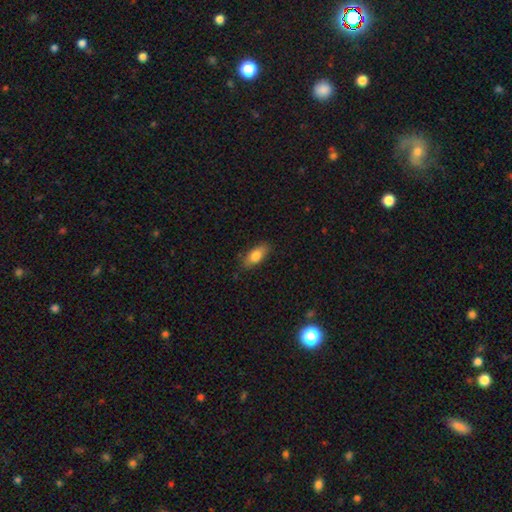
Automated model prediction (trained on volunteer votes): smooth 79%, featured or disk 14%, star or artifact 7%. Down the decision tree: how rounded — in between (83%); merging — none (81%).